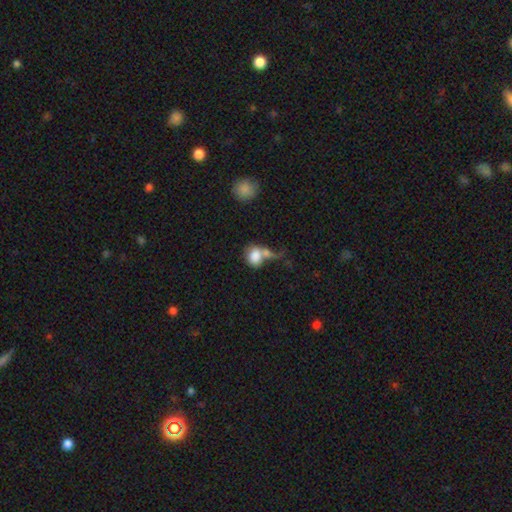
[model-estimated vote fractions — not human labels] smooth 79%, featured or disk 13%, star or artifact 8%. Down the decision tree: how rounded — round (53%); merging — merger (52%).